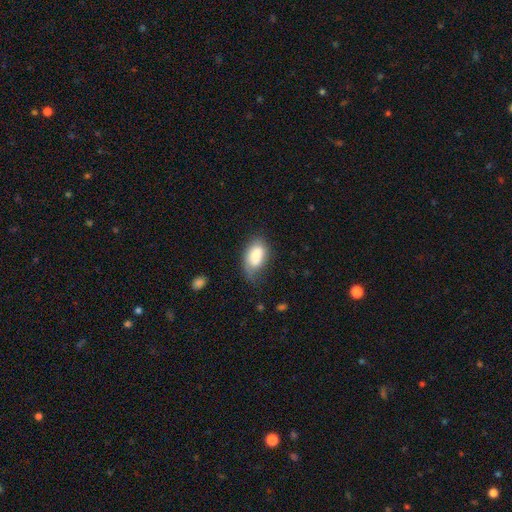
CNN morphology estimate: Q: Smooth or featured?
A: smooth (79%); runner-up: featured or disk (14%)
Q: How rounded?
A: in between (93%); runner-up: round (4%)
Q: Merging?
A: none (47%); runner-up: minor disturbance (34%)